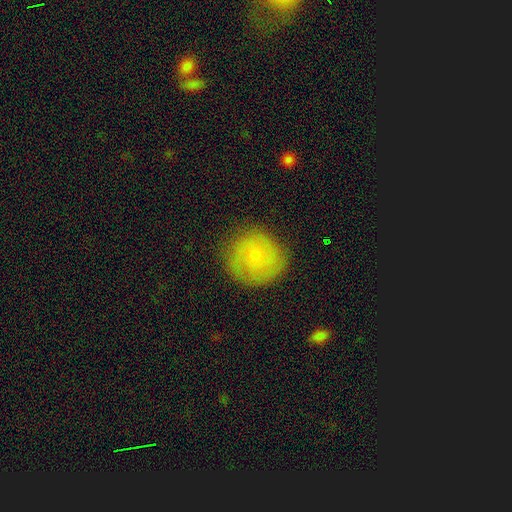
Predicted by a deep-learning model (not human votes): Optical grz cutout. It shows a smooth galaxy with no disk features (63%) that is round (91%). Merging: none (81%).